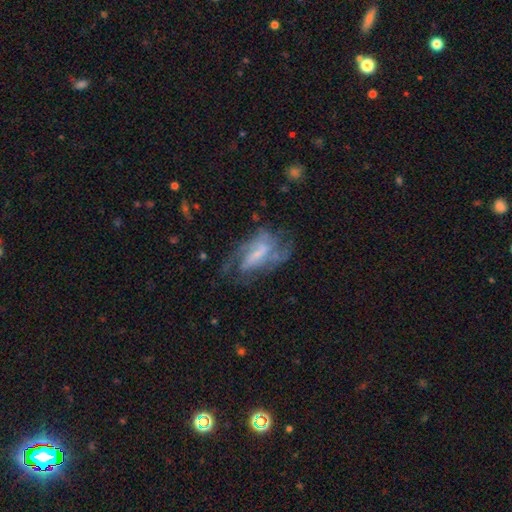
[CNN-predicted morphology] Smooth or featured?
  - featured or disk: 76% *
  - smooth: 15%
  - star or artifact: 8%
Edge-on disk?
  - no: 94% *
  - yes: 6%
Bar?
  - weak: 42% *
  - strong: 32%
  - no: 26%
Spiral arms?
  - yes: 88% *
  - no: 12%
Spiral winding?
  - medium: 48% *
  - tight: 29%
  - loose: 23%
Spiral arm count?
  - 2: 50% *
  - can't tell: 24%
  - 3: 13%
  - 1: 6%
  - 4: 4%
  - more than 4: 3%
Bulge size?
  - small: 48% *
  - moderate: 24%
  - none: 21%
  - large: 6%
  - dominant: 2%
Merging?
  - none: 56% *
  - minor disturbance: 21%
  - major disturbance: 20%
  - merger: 3%